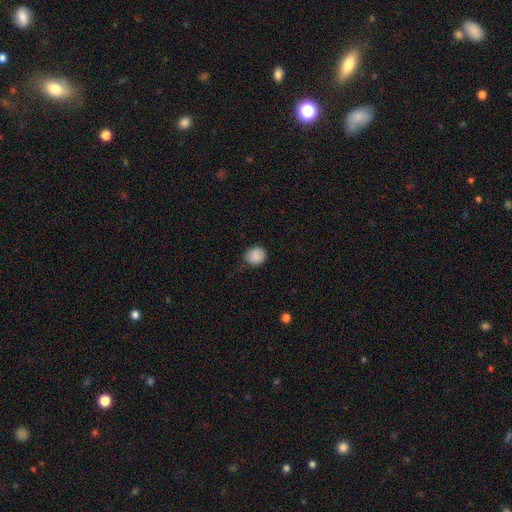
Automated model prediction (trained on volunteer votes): This appears to be a smooth galaxy with no disk features (87%) that is round (72%). Merging: none (77%).